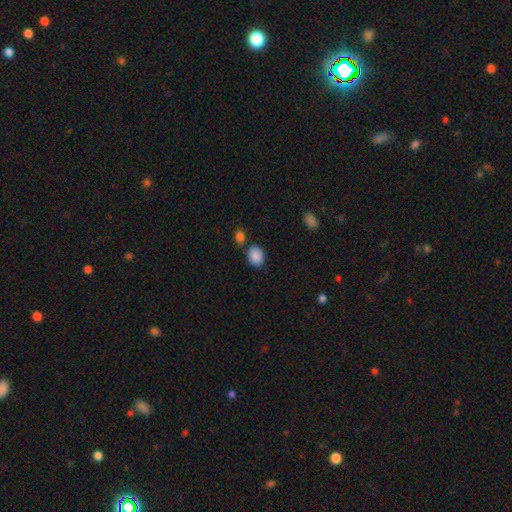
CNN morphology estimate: A smooth galaxy with no disk features (88%) that is in between round and cigar-shaped (50%).

Vote fractions:
- Smooth or featured? smooth: 88% / star or artifact: 8% / featured or disk: 4%
- How rounded? in between: 50% / round: 49% / cigar-shaped: 1%
- Merging? none: 74% / minor disturbance: 12% / merger: 10% / major disturbance: 3%